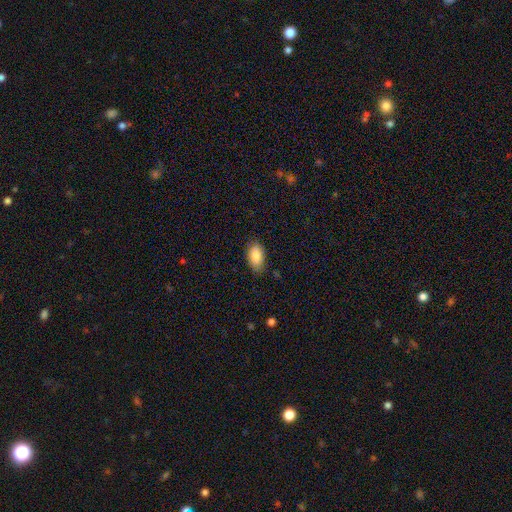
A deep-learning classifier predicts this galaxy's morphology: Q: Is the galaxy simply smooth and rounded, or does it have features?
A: smooth — 85%.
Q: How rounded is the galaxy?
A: in between — 93%.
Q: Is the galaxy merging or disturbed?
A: none — 80%.